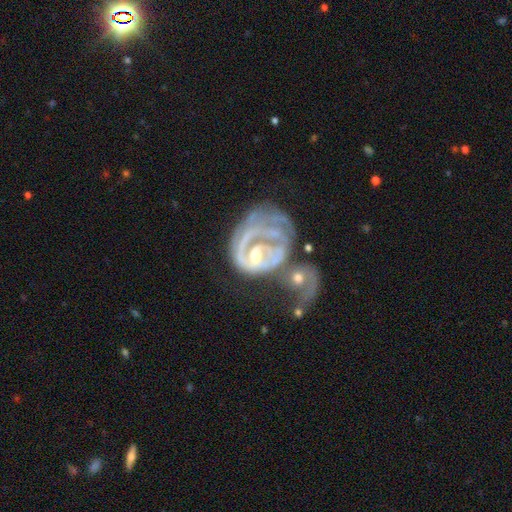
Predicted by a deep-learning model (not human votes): featured or disk 80%, smooth 13%, star or artifact 7%. Down the decision tree: edge-on disk — no (98%); bar — no (59%); spiral arms — yes (70%); spiral arm count — 1 (36%); spiral winding — tight (44%); bulge size — moderate (62%); merging — merger (55%).